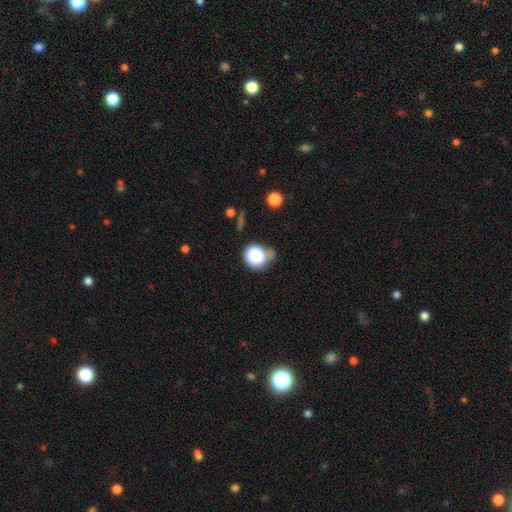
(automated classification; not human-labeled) smooth 85%, star or artifact 9%, featured or disk 6%. Down the decision tree: how rounded — round (83%); merging — none (43%).